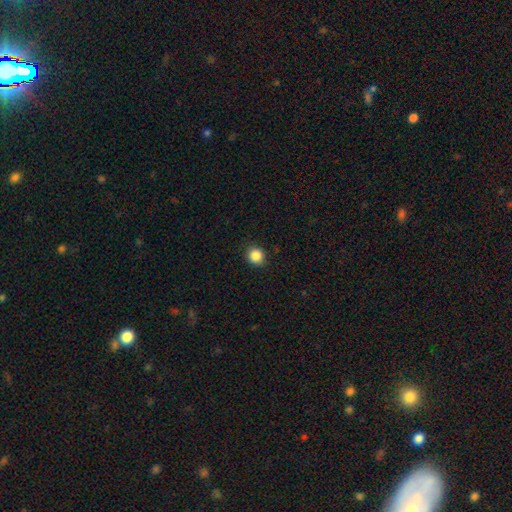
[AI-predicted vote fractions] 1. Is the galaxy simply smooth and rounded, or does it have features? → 87% smooth, 10% star or artifact, 3% featured or disk.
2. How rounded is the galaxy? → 89% round, 10% in between, 1% cigar-shaped.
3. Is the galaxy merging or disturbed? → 89% none, 7% minor disturbance, 2% major disturbance, 1% merger.